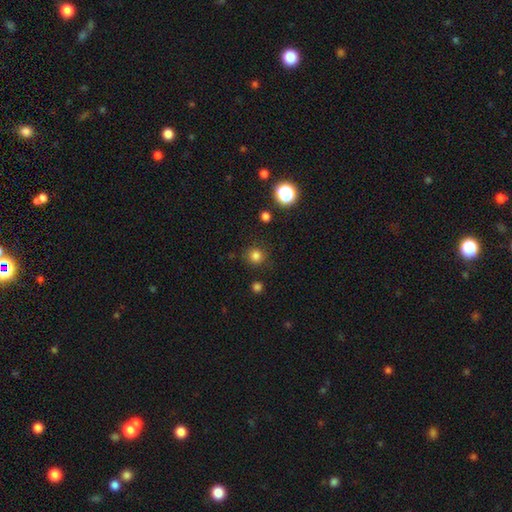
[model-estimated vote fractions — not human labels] Overall: smooth (80%). How rounded: round (93%). Merging: none (86%).